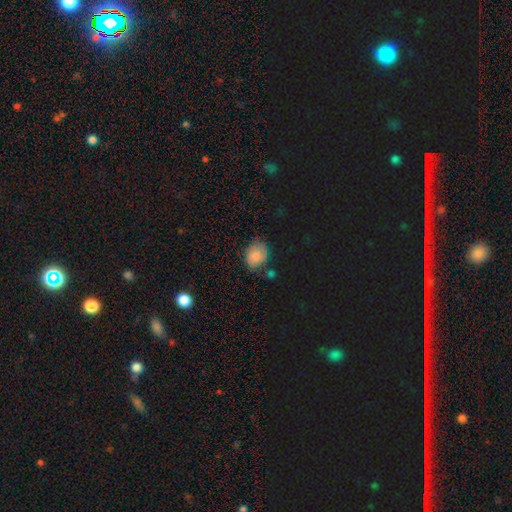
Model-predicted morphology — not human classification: Q: Smooth or featured?
A: smooth (73%); runner-up: featured or disk (14%)
Q: How rounded?
A: in between (59%); runner-up: round (40%)
Q: Merging?
A: none (63%); runner-up: minor disturbance (24%)